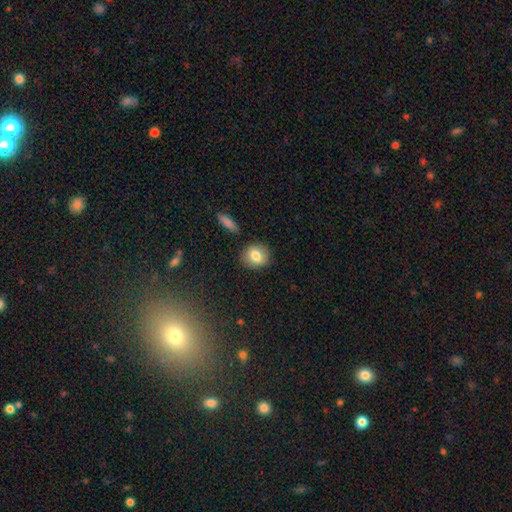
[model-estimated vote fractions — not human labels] Morphology: type=smooth (80%); roundness=round (73%); merging=none (83%).